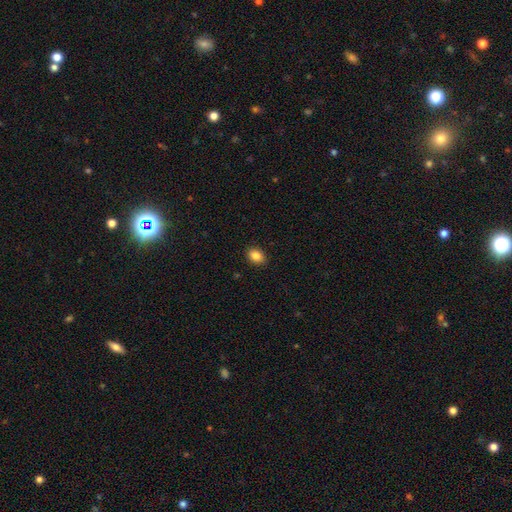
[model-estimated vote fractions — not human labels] Smooth or featured: smooth — 87% (star or artifact — 9%)
How rounded: in between — 69% (round — 30%)
Merging: none — 90% (minor disturbance — 7%)